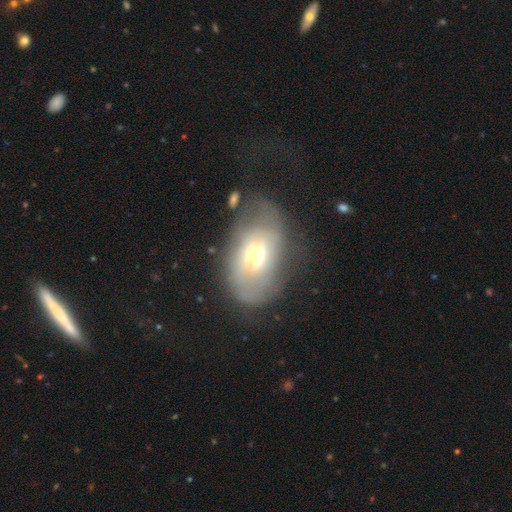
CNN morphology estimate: Overall: smooth (47%; featured or disk 43%). Merging: none (36%; major disturbance 31%).